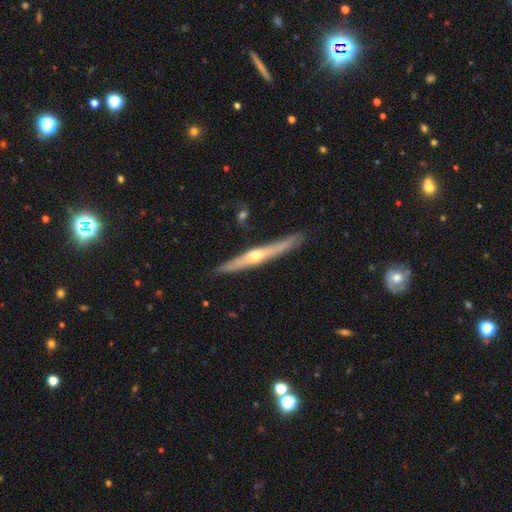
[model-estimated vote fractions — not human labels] A featured or disk galaxy (67%) viewed edge-on (93%) with a rounded central bulge (84%). Merging: none (85%).